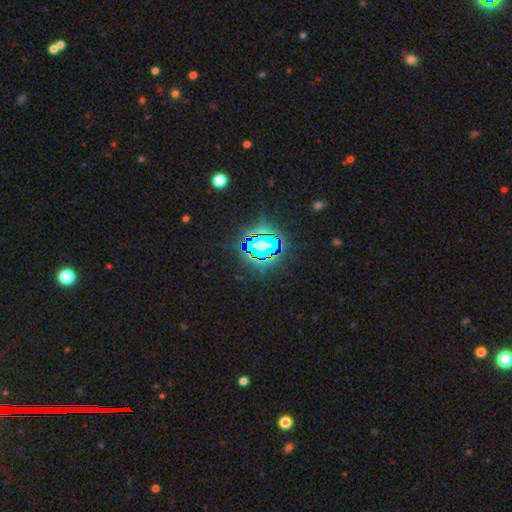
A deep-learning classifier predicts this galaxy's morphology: type=star or artifact (77%).